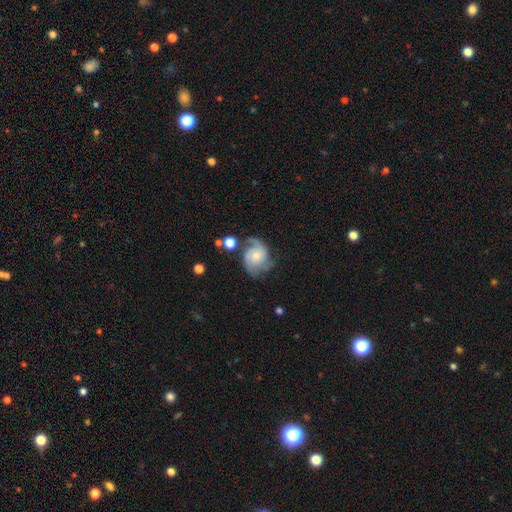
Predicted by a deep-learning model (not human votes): Smooth or featured? Predicted: featured or disk (p=0.77). Edge-on disk? Predicted: no (p=0.98). Bar? Predicted: no (p=0.73). Spiral arms? Predicted: yes (p=0.94). Spiral winding? Predicted: medium (p=0.44). Spiral arm count? Predicted: 2 (p=0.45). Bulge size? Predicted: small (p=0.51). Merging? Predicted: none (p=0.56).